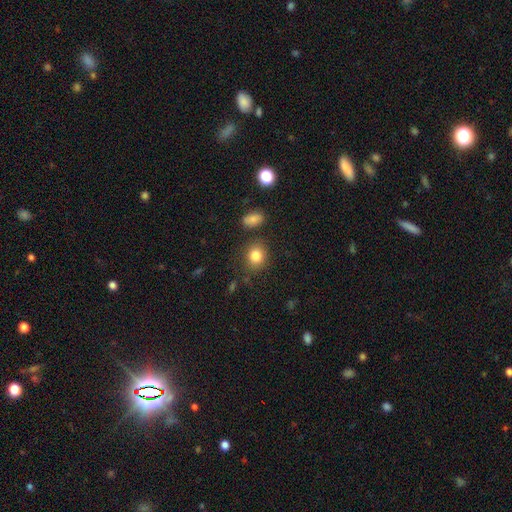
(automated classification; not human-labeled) This appears to be a smooth galaxy with no disk features (83%) that is round (70%). Merging: none (82%).